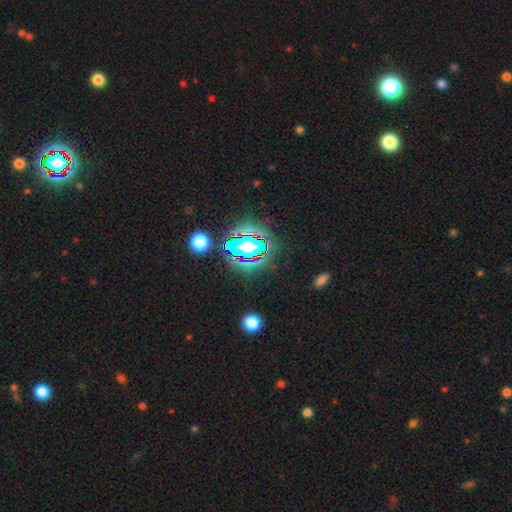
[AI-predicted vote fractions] Smooth or featured? Predicted: star or artifact (p=0.80).